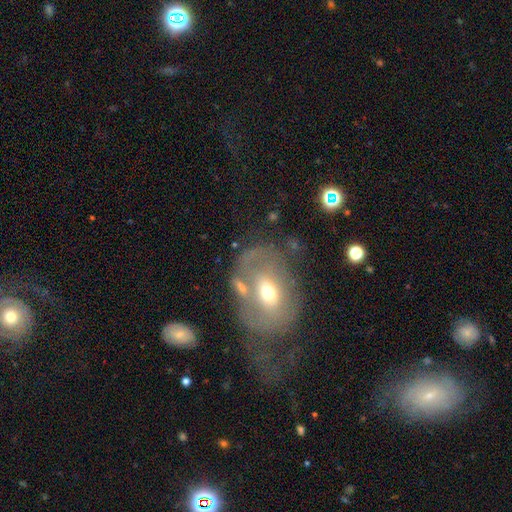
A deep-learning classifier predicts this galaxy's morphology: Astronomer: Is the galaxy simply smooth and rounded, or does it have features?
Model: featured or disk — 51% (runner-up: smooth, 38%).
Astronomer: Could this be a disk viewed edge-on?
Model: no — 93%.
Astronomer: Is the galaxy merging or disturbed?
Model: none — 35% (runner-up: major disturbance, 27%).